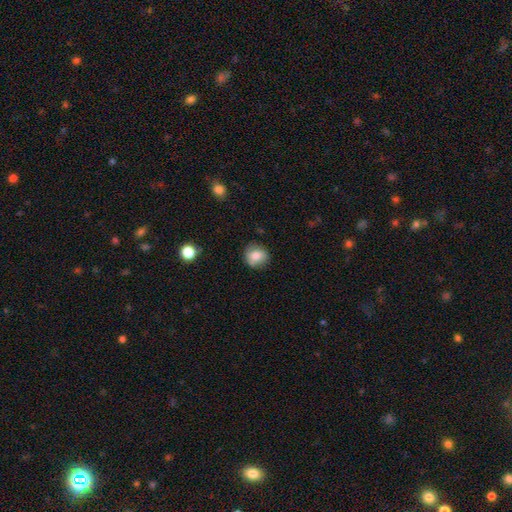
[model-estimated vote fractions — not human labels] This appears to be a smooth galaxy with no disk features (74%) that is round (84%). Merging: none (76%).